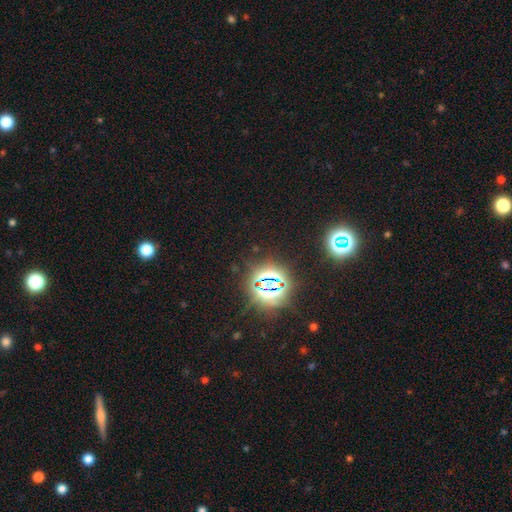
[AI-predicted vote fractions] Q: Smooth or featured?
A: star or artifact (80%); runner-up: smooth (13%)